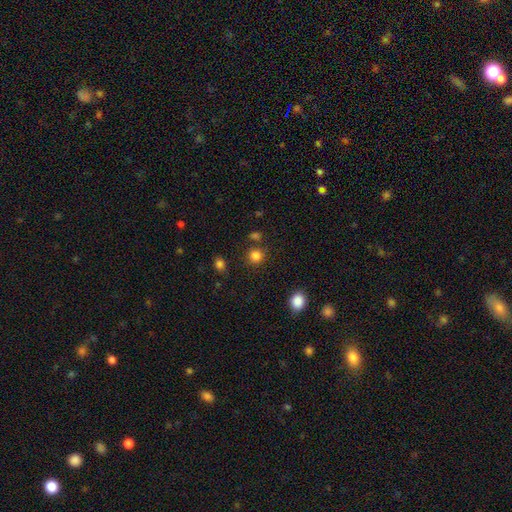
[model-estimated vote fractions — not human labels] This appears to be a smooth galaxy with no disk features (83%) that is round (90%). Merging: none (81%).